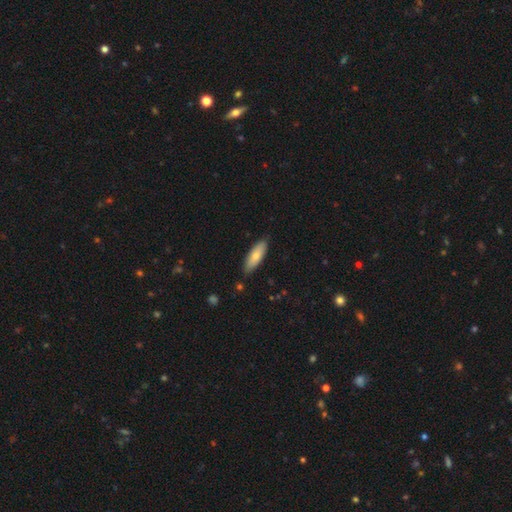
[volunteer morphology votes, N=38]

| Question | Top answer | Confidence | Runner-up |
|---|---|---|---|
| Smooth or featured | smooth | 63% | featured or disk (26%) |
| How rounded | cigar-shaped | 54% | in between (46%) |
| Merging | none | 82% | minor disturbance (15%) |